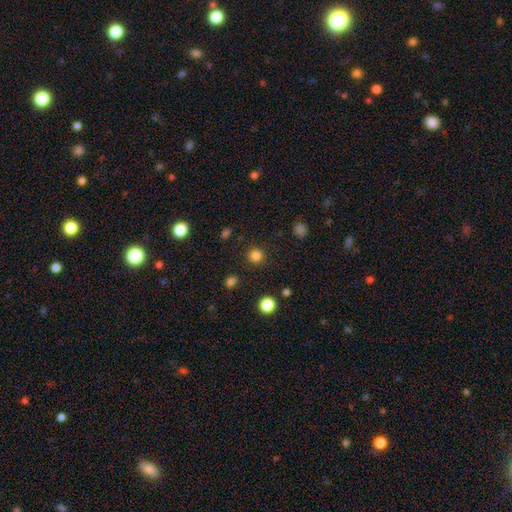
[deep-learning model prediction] This is clearly a smooth galaxy (82%). How rounded: clearly round (94%). Merging: clearly none (90%).